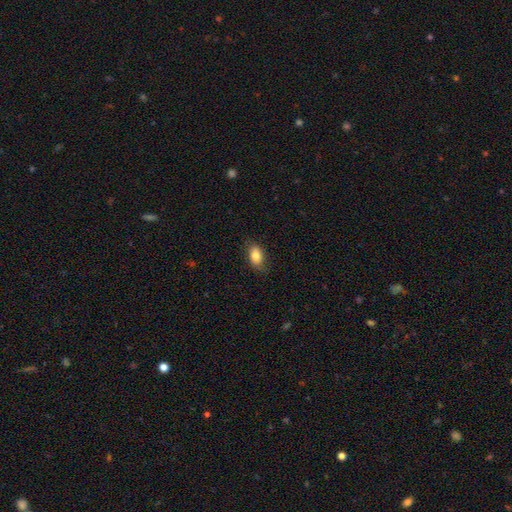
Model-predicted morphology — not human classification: smooth 81%, featured or disk 11%, star or artifact 8%. Down the decision tree: how rounded — in between (88%); merging — none (79%).